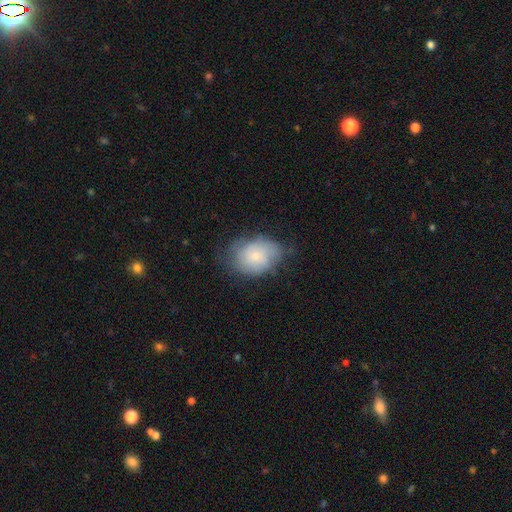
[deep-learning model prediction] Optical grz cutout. It shows a smooth galaxy with no disk features (59%) that is in between round and cigar-shaped (69%). Merging: none (56%).